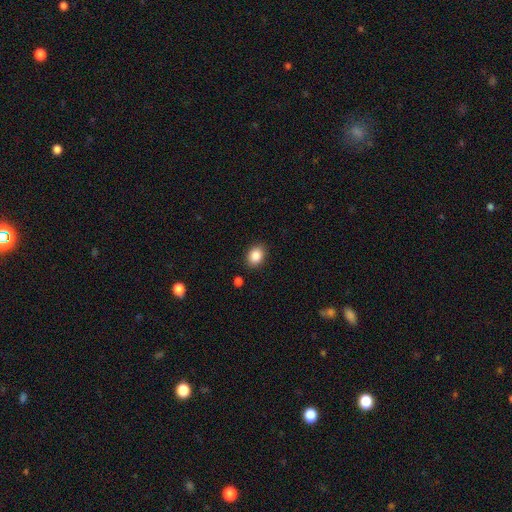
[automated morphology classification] A smooth galaxy with no disk features (87%) that is in between round and cigar-shaped (59%).

Vote fractions:
- Smooth or featured? smooth: 87% / star or artifact: 9% / featured or disk: 5%
- How rounded? in between: 59% / round: 40% / cigar-shaped: 1%
- Merging? none: 87% / minor disturbance: 9% / major disturbance: 2% / merger: 2%